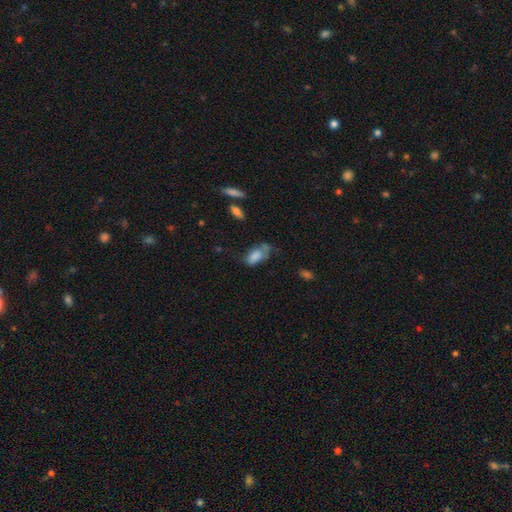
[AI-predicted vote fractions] smooth 76%, featured or disk 15%, star or artifact 9%. Down the decision tree: how rounded — in between (90%); merging — none (34%).